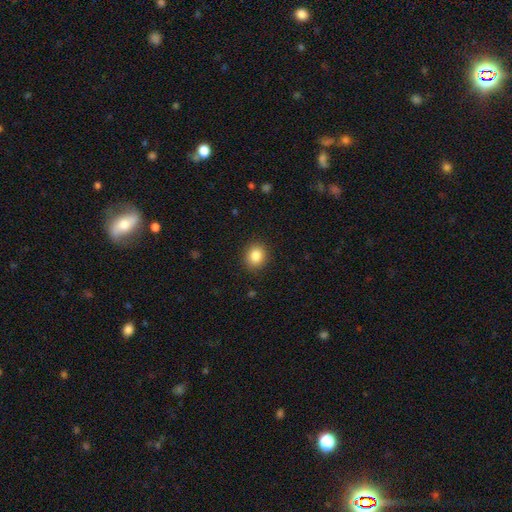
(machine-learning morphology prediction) Smooth or featured? Predicted: smooth (p=0.85). How rounded? Predicted: round (p=0.74). Merging? Predicted: none (p=0.89).